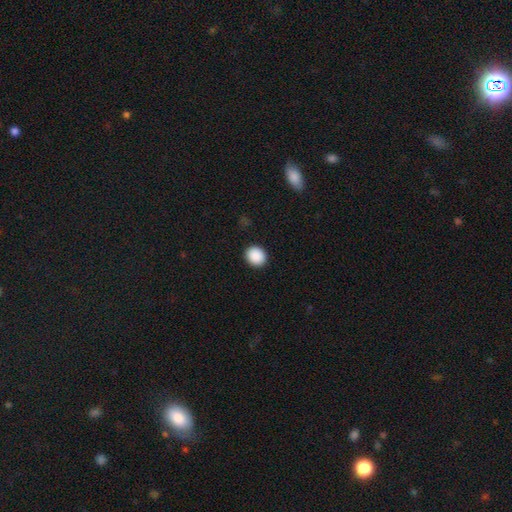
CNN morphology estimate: A smooth galaxy with no disk features (90%) that is round (78%). Merging: none (92%).